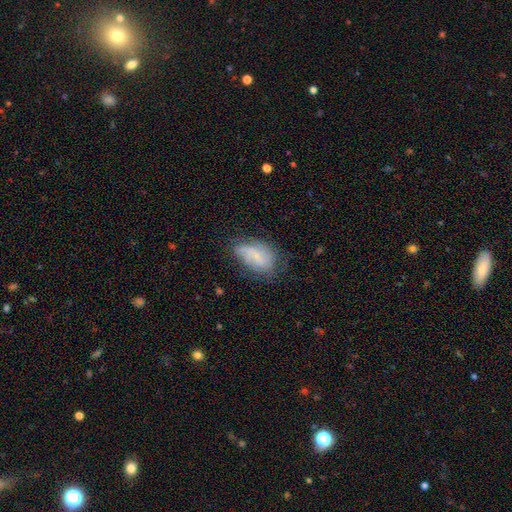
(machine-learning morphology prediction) smooth_or_featured: featured or disk (p=0.47) [alt: smooth p=0.43]
merging: none (p=0.49) [alt: minor disturbance p=0.32]